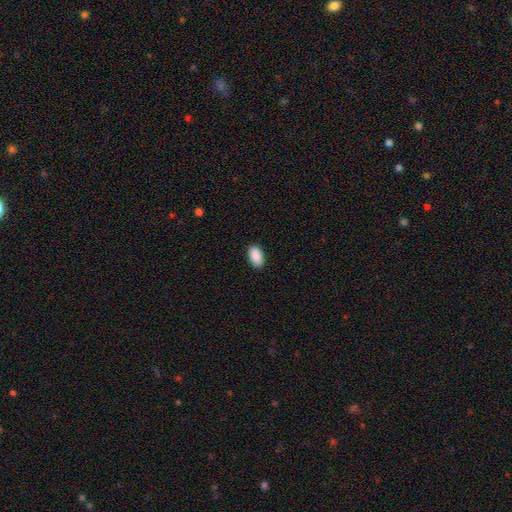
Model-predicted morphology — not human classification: This appears to be a smooth galaxy with no disk features (90%) that is in between round and cigar-shaped (94%). Merging: none (89%).